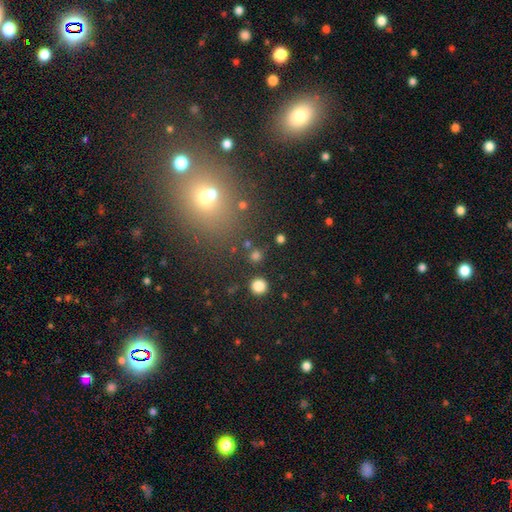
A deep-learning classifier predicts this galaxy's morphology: smooth_or_featured: smooth (p=0.72) [alt: star or artifact p=0.21]
how_rounded: round (p=0.89) [alt: in between p=0.10]
merging: none (p=0.84) [alt: merger p=0.07]